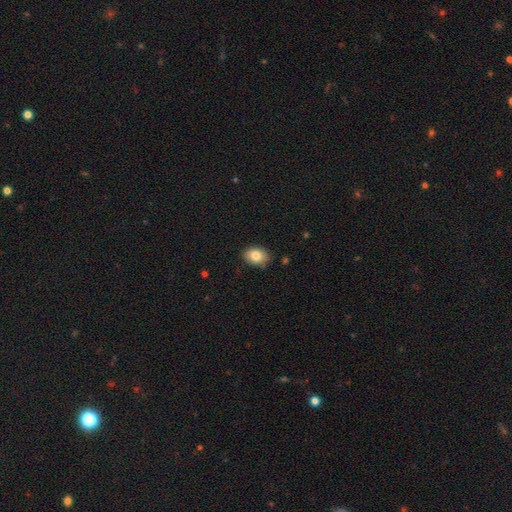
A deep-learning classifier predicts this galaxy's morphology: Smooth or featured: smooth — 81% (featured or disk — 10%)
How rounded: in between — 73% (round — 26%)
Merging: none — 85% (minor disturbance — 12%)